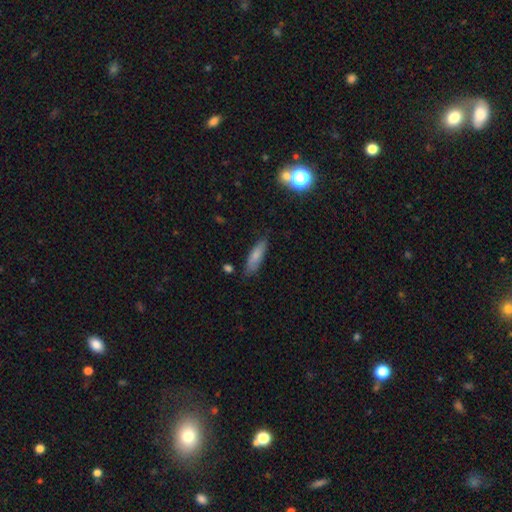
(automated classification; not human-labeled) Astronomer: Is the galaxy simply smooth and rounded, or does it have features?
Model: smooth — 78%.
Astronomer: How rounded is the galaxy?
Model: cigar-shaped — 59% (runner-up: in between, 39%).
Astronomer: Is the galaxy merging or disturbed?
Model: none — 80%.